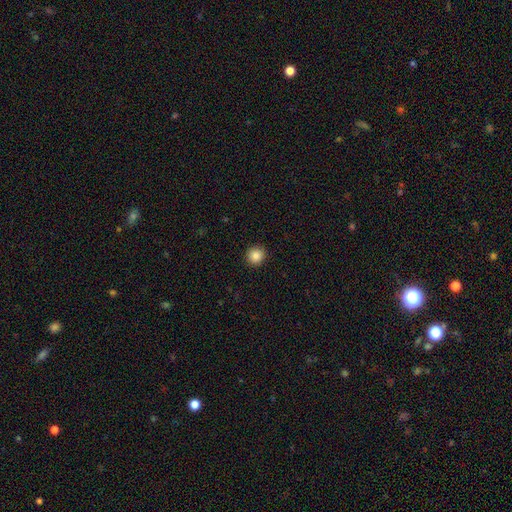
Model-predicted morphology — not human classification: Q: Smooth or featured?
A: smooth (87%); runner-up: star or artifact (10%)
Q: How rounded?
A: round (93%); runner-up: in between (6%)
Q: Merging?
A: none (92%); runner-up: minor disturbance (5%)